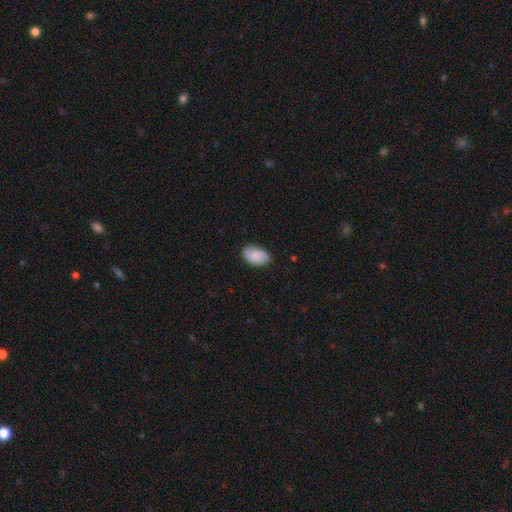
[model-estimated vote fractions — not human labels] The model was most divided on "merging": none: 74%, minor disturbance: 21%, major disturbance: 4%, merger: 1%. More confident: how rounded — in between (91%); smooth or featured — smooth (74%).